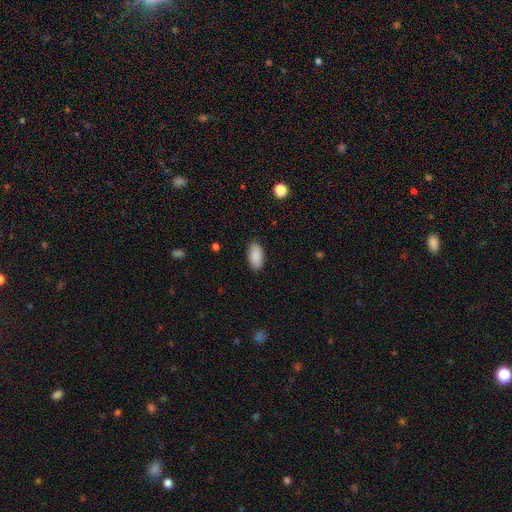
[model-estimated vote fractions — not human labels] smooth_or_featured: smooth (p=0.90) [alt: star or artifact p=0.07]
how_rounded: in between (p=0.94) [alt: cigar-shaped p=0.03]
merging: none (p=0.89) [alt: minor disturbance p=0.08]